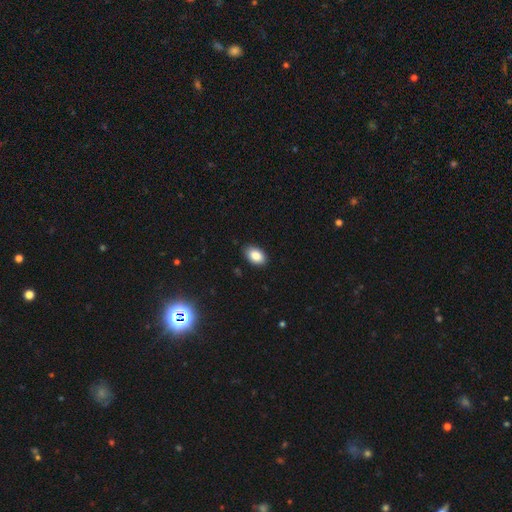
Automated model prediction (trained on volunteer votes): The model was most divided on "merging": none: 88%, minor disturbance: 9%, major disturbance: 2%, merger: 1%. More confident: how rounded — in between (90%); smooth or featured — smooth (87%).